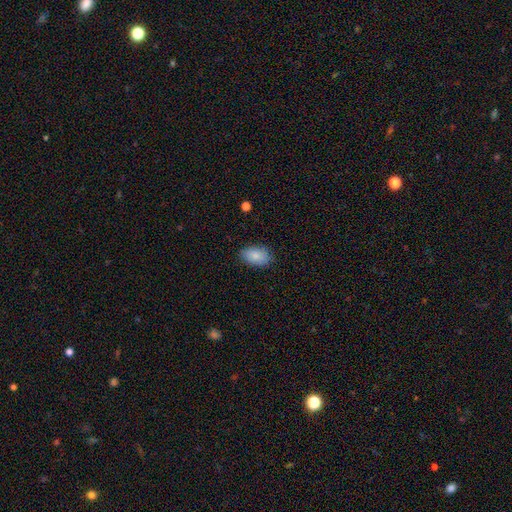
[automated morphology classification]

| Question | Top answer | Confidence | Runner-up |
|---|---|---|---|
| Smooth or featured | smooth | 86% | featured or disk (7%) |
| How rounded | in between | 90% | round (9%) |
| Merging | none | 84% | minor disturbance (13%) |